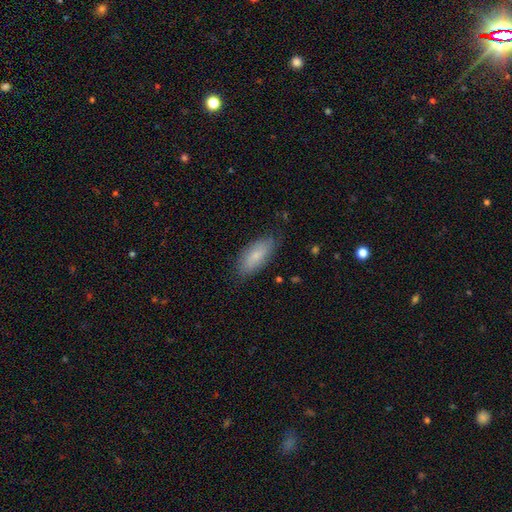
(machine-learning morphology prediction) Q: Smooth or featured?
A: smooth (76%); runner-up: featured or disk (18%)
Q: How rounded?
A: in between (84%); runner-up: cigar-shaped (14%)
Q: Merging?
A: none (79%); runner-up: minor disturbance (17%)